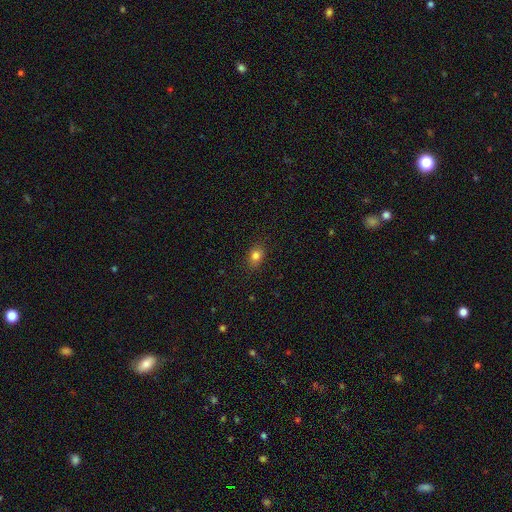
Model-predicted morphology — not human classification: smooth-or-featured: smooth: 81% | star or artifact: 12% | featured or disk: 7%
  how-rounded: in between: 57% | round: 41% | cigar-shaped: 2%
  merging: none: 86% | minor disturbance: 10% | major disturbance: 2% | merger: 1%